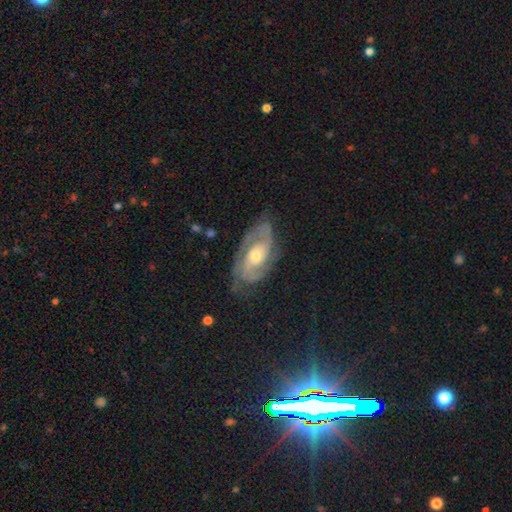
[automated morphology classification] Smooth or featured: featured or disk — 88% (smooth — 7%)
Edge-on disk: no — 96% (yes — 4%)
Bar: no — 63% (weak — 28%)
Spiral arms: yes — 97% (no — 3%)
Spiral winding: tight — 54% (medium — 38%)
Spiral arm count: 2 — 73% (3 — 11%)
Bulge size: moderate — 61% (small — 33%)
Merging: none — 73% (minor disturbance — 19%)